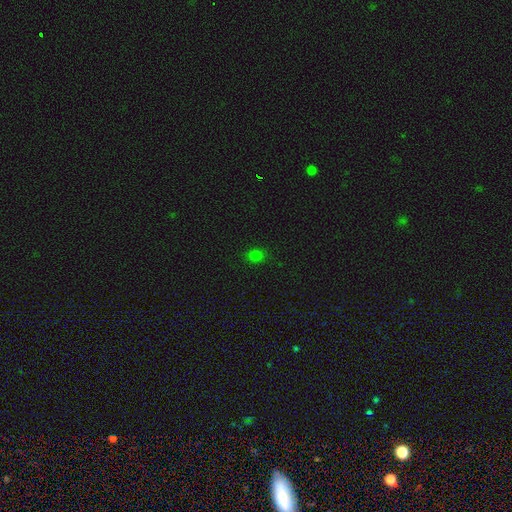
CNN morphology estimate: This appears to be a smooth galaxy with no disk features (77%) that is round (64%). Merging: none (87%).